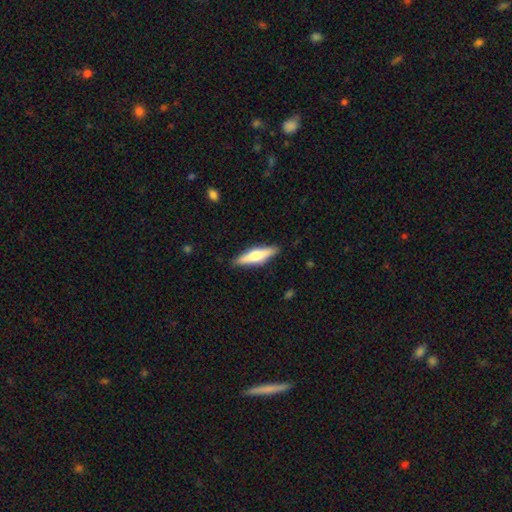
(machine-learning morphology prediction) Smooth or featured? smooth (49%)
Merging? none (88%)